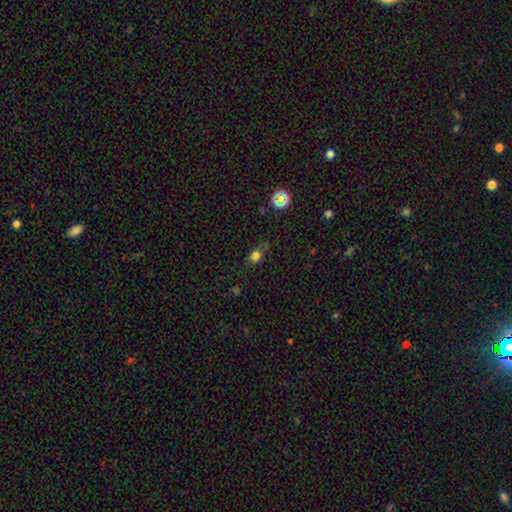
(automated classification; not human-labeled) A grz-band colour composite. It shows a smooth galaxy with no disk features (73%) that is in between round and cigar-shaped (52%). Merging: none (71%).